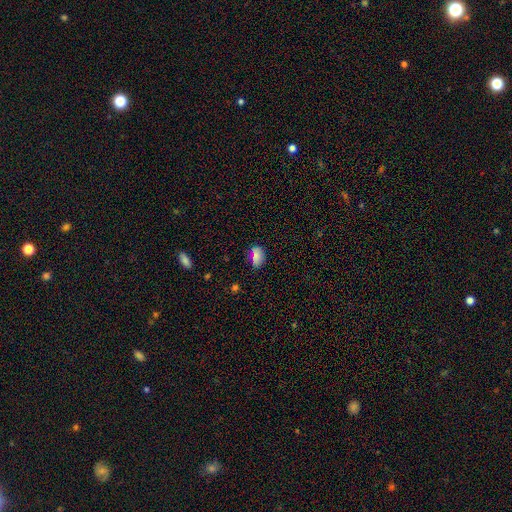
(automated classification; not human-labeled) Smooth or featured?
  - smooth: 75% *
  - star or artifact: 16%
  - featured or disk: 9%
How rounded?
  - in between: 84% *
  - round: 12%
  - cigar-shaped: 4%
Merging?
  - none: 72% *
  - minor disturbance: 20%
  - major disturbance: 5%
  - merger: 3%